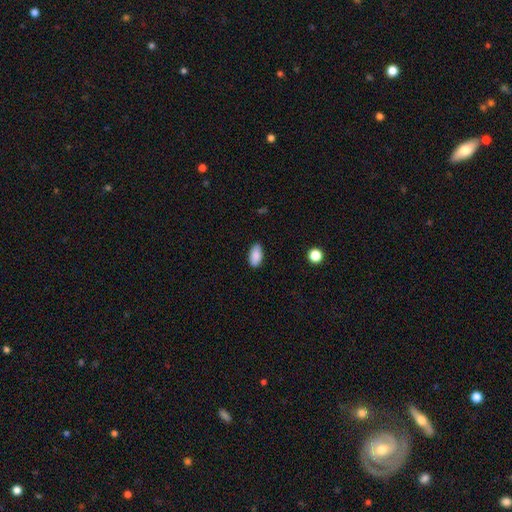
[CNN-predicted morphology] smooth_or_featured: smooth (p=0.88) [alt: star or artifact p=0.07]
how_rounded: in between (p=0.93) [alt: cigar-shaped p=0.04]
merging: none (p=0.87) [alt: minor disturbance p=0.10]